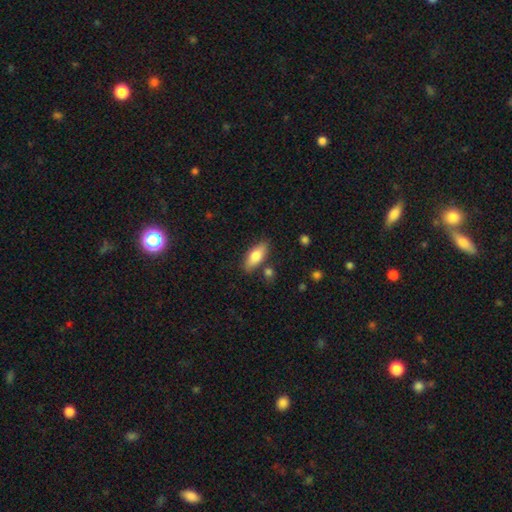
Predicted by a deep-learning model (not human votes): Smooth or featured? Predicted: smooth (p=0.75). How rounded? Predicted: in between (p=0.77). Merging? Predicted: none (p=0.81).